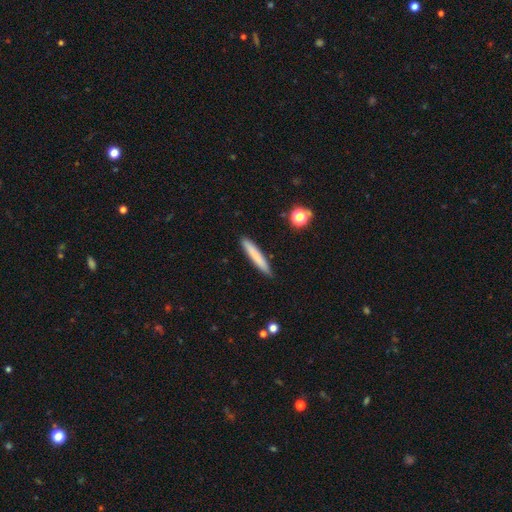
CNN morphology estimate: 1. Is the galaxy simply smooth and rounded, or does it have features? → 77% smooth, 16% featured or disk, 7% star or artifact.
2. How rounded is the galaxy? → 94% cigar-shaped, 5% in between, 1% round.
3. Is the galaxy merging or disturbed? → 88% none, 9% minor disturbance, 2% major disturbance, 1% merger.